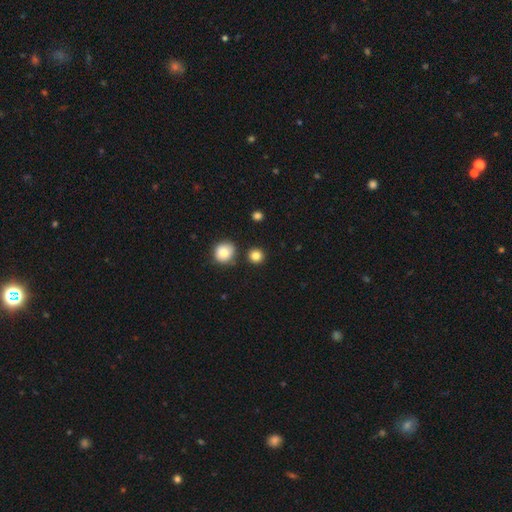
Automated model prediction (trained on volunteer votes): A smooth galaxy with no disk features (84%) that is round (93%). Merging: none (87%).